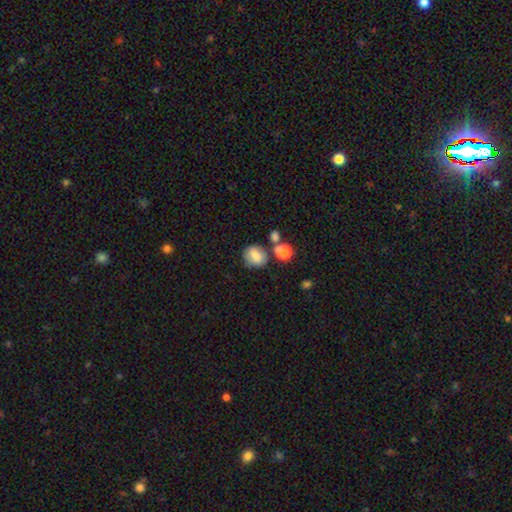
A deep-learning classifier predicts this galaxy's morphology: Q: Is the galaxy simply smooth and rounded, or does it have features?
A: smooth — 78%.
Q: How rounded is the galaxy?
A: round — 65%.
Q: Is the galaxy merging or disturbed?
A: none — 62%.